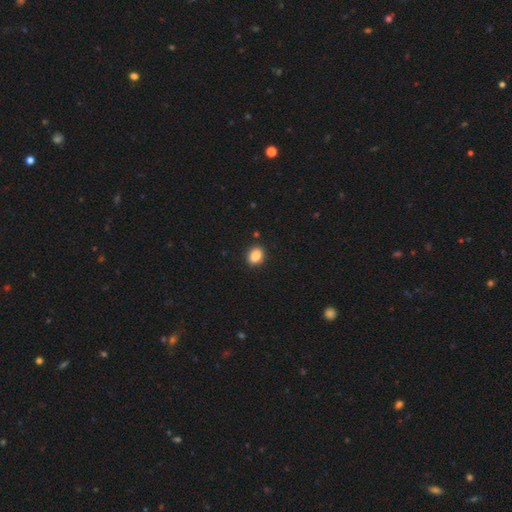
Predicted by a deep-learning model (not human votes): Smooth or featured: smooth — 86% (star or artifact — 9%)
How rounded: in between — 58% (round — 41%)
Merging: none — 89% (minor disturbance — 8%)